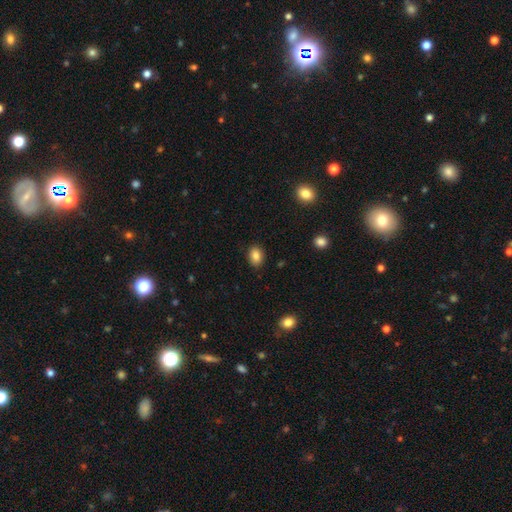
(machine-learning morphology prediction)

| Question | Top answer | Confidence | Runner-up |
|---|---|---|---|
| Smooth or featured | smooth | 86% | star or artifact (9%) |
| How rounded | in between | 74% | round (25%) |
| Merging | none | 88% | minor disturbance (9%) |